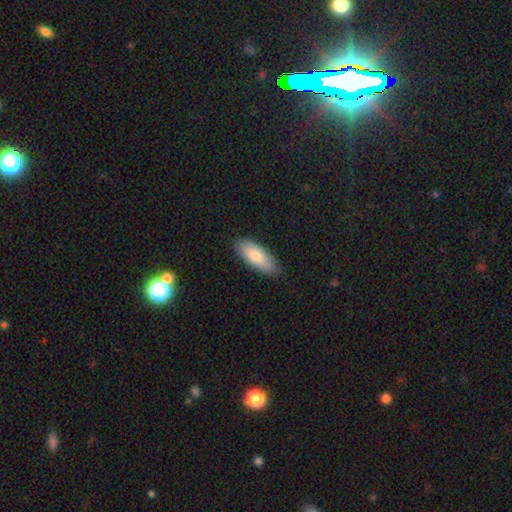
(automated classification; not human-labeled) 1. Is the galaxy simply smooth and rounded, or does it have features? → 82% smooth, 13% featured or disk, 5% star or artifact.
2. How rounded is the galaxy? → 81% in between, 17% cigar-shaped, 2% round.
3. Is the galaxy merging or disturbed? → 86% none, 11% minor disturbance, 2% major disturbance, 1% merger.